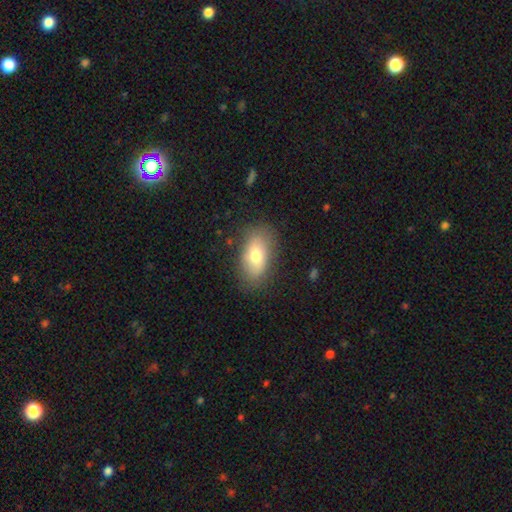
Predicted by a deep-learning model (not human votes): Smooth or featured? Predicted: smooth (p=0.70). How rounded? Predicted: in between (p=0.90). Merging? Predicted: none (p=0.80).